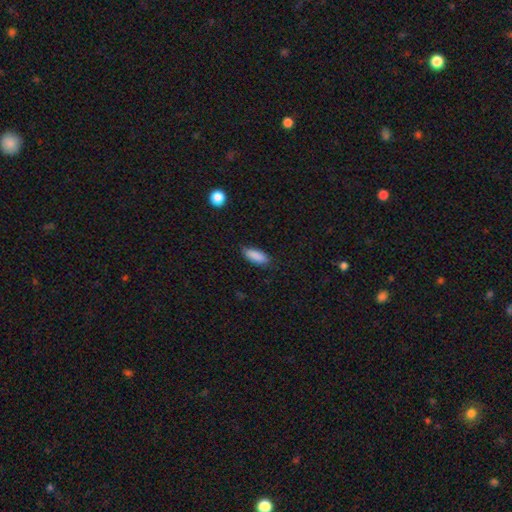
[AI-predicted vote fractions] The model was most divided on "how rounded": in between: 75%, cigar-shaped: 23%, round: 2%. More confident: smooth or featured — smooth (89%); merging — none (81%).